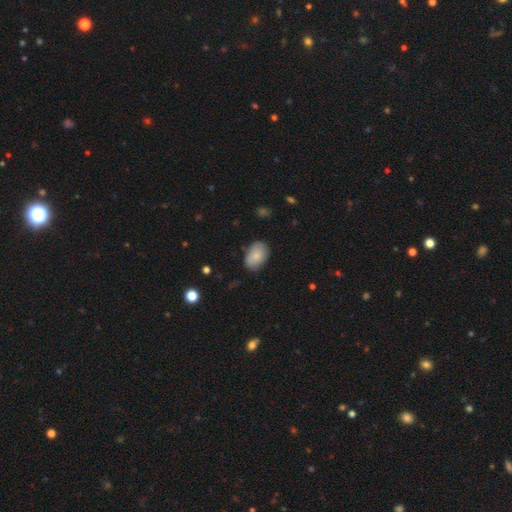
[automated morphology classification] Smooth or featured: smooth — 84% (featured or disk — 10%)
How rounded: in between — 88% (round — 11%)
Merging: none — 78% (minor disturbance — 17%)